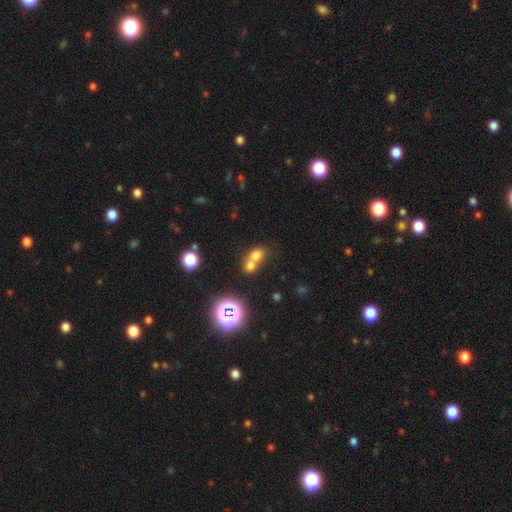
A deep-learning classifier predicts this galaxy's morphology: Overall: smooth (66%). How rounded: round (64%; in between 35%). Merging: merger (63%; none 29%).